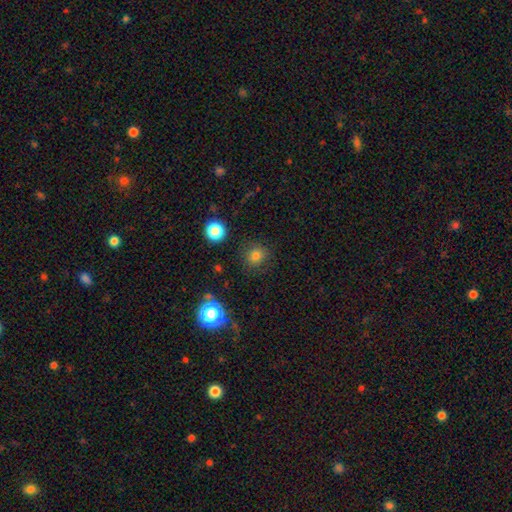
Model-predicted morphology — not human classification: This is likely a smooth galaxy (77%). How rounded: clearly round (88%). Merging: clearly none (87%).